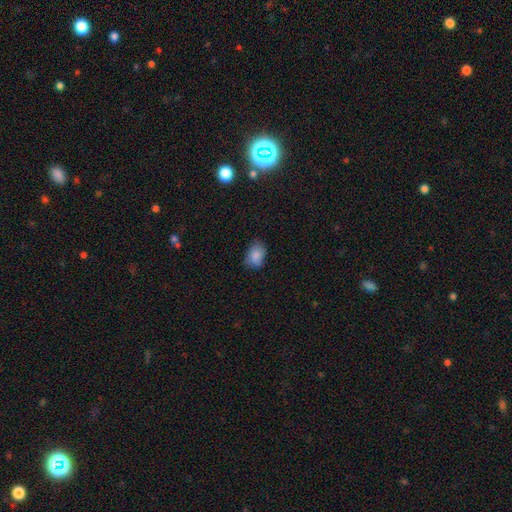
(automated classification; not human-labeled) This appears to be a smooth galaxy with no disk features (85%) that is in between round and cigar-shaped (78%). Merging: none (67%).